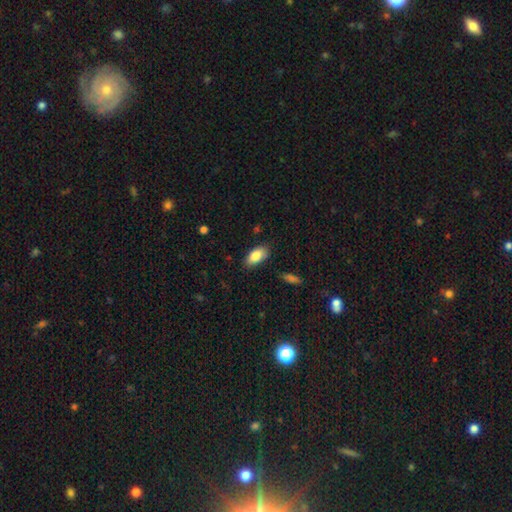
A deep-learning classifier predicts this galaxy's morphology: Smooth or featured? Predicted: smooth (p=0.83). How rounded? Predicted: in between (p=0.91). Merging? Predicted: none (p=0.83).